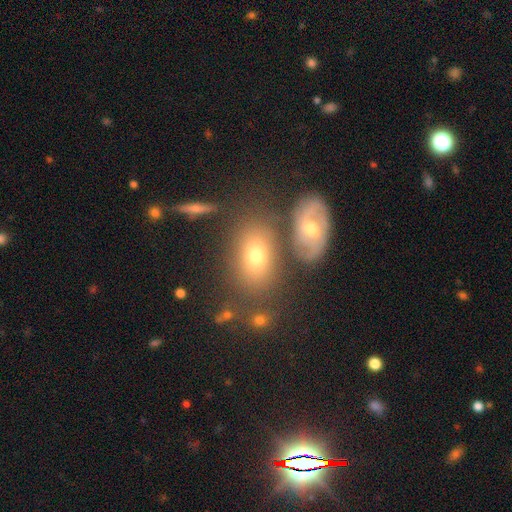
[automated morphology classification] This is possibly a smooth galaxy (59%). How rounded: clearly in between (83%). Merging: likely none (66%).